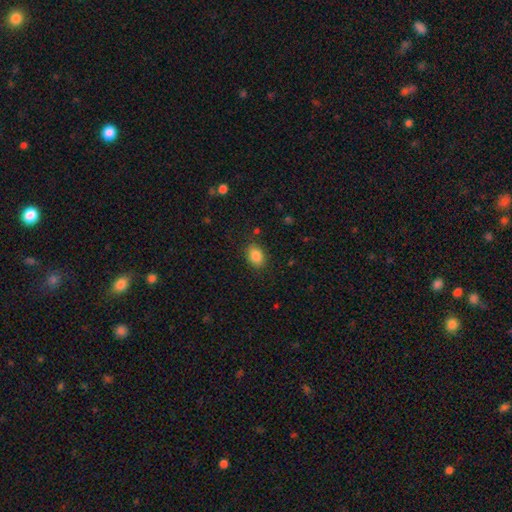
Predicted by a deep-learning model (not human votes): smooth-or-featured: smooth: 86% | star or artifact: 9% | featured or disk: 5%
  how-rounded: in between: 79% | round: 19% | cigar-shaped: 1%
  merging: none: 85% | minor disturbance: 10% | major disturbance: 3% | merger: 1%